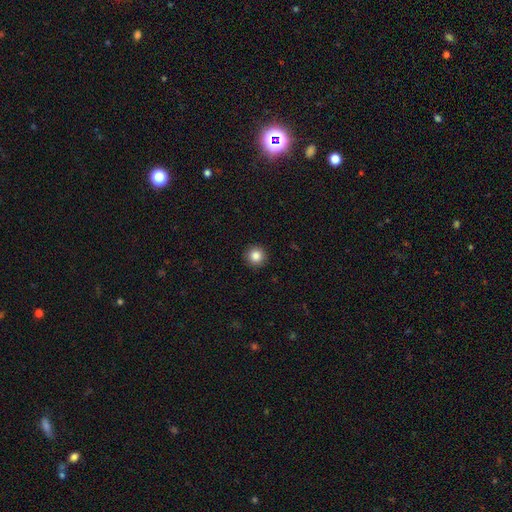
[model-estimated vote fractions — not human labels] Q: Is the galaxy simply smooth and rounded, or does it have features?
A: smooth — 86%.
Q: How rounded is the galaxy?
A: round — 95%.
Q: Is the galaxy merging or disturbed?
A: none — 92%.